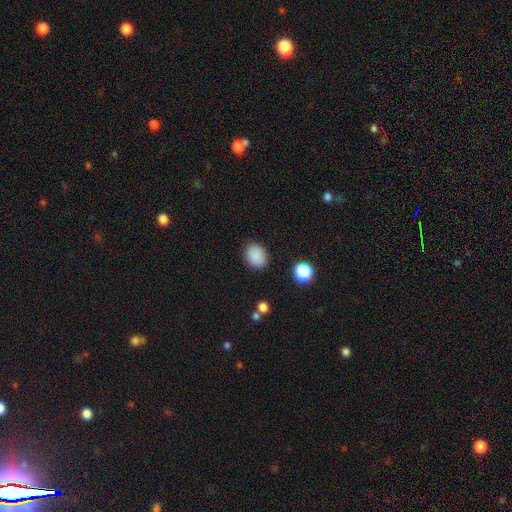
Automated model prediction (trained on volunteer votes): A smooth galaxy with no disk features (86%) that is round (50%). Merging: none (86%).